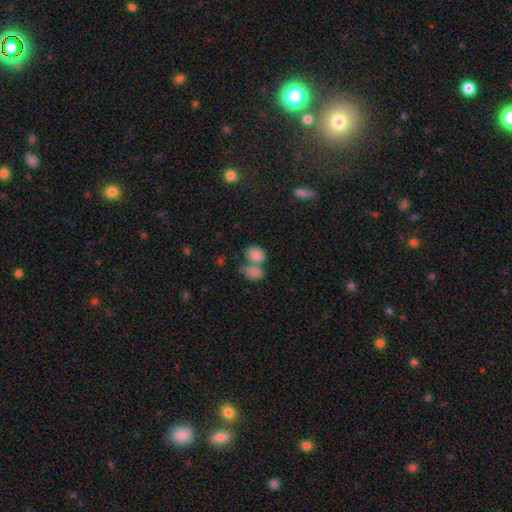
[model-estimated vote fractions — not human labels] A smooth galaxy with no disk features (83%) that is in between round and cigar-shaped (75%).

Vote fractions:
- Smooth or featured? smooth: 83% / star or artifact: 9% / featured or disk: 8%
- How rounded? in between: 75% / round: 24% / cigar-shaped: 2%
- Merging? merger: 52% / none: 33% / minor disturbance: 10% / major disturbance: 5%